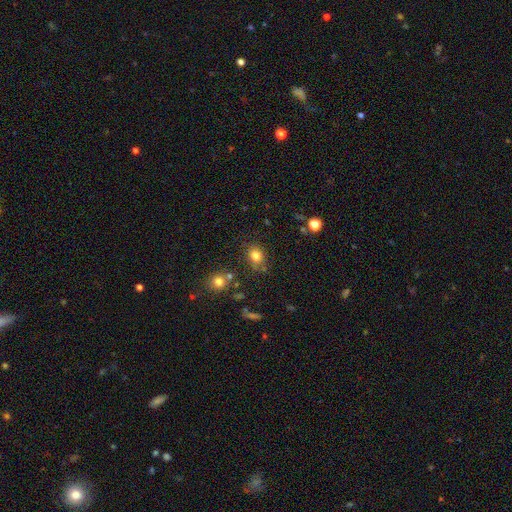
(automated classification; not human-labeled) Smooth or featured?
  - smooth: 80% *
  - star or artifact: 13%
  - featured or disk: 7%
How rounded?
  - round: 56% *
  - in between: 43%
  - cigar-shaped: 1%
Merging?
  - none: 75% *
  - minor disturbance: 15%
  - merger: 6%
  - major disturbance: 4%